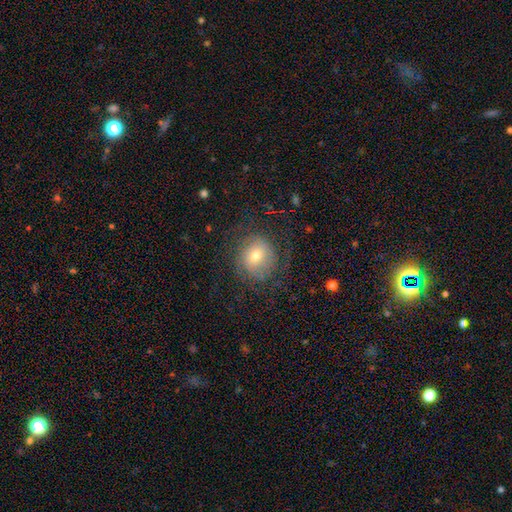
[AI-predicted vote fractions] featured or disk 48%, smooth 41%, star or artifact 10%. Down the decision tree: merging — none (70%).